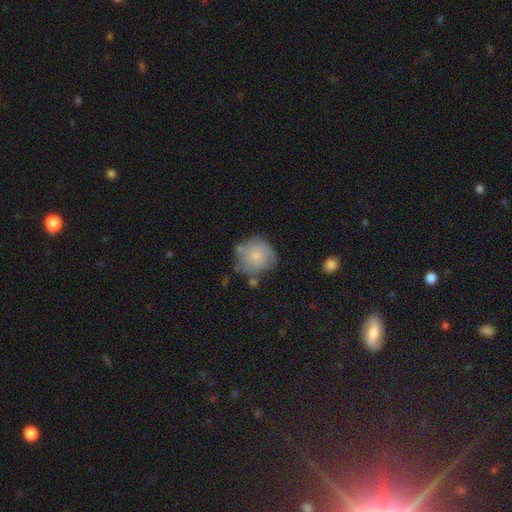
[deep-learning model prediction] The model was most divided on "merging": none: 60%, minor disturbance: 24%, merger: 8%, major disturbance: 7%. More confident: how rounded — round (89%); smooth or featured — smooth (67%).